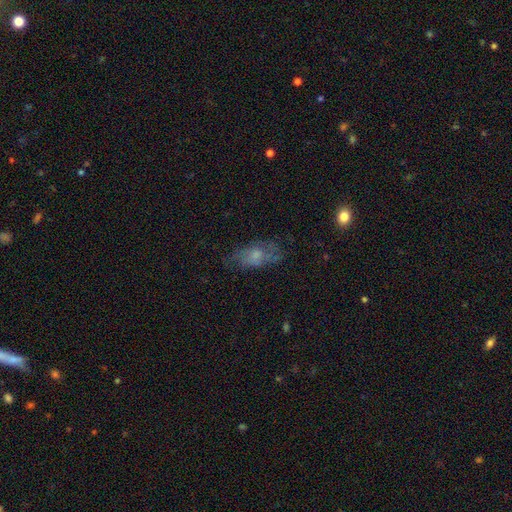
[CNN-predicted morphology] smooth-or-featured: smooth: 46% | featured or disk: 44% | star or artifact: 10%
  merging: none: 58% | minor disturbance: 25% | major disturbance: 15% | merger: 2%